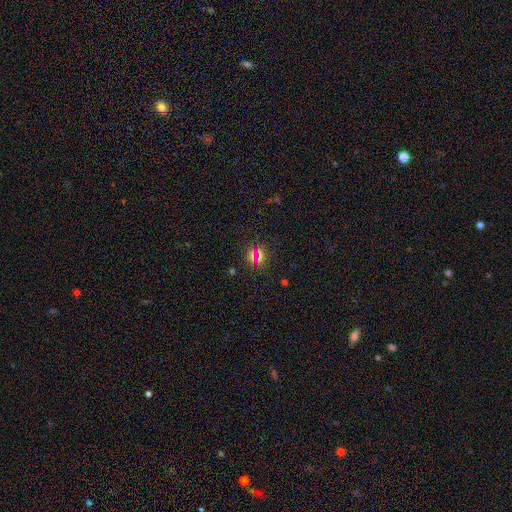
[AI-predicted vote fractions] A star or artifact, not a galaxy (45%).

Vote fractions:
- Smooth or featured? star or artifact: 45% / smooth: 44% / featured or disk: 11%